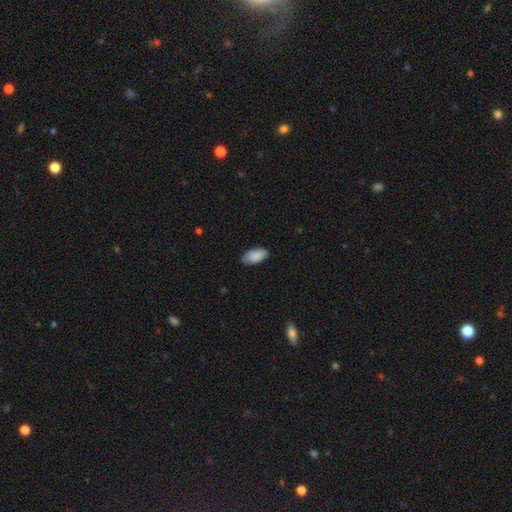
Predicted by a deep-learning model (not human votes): Q: Smooth or featured?
A: smooth (86%); runner-up: featured or disk (8%)
Q: How rounded?
A: in between (93%); runner-up: cigar-shaped (5%)
Q: Merging?
A: none (75%); runner-up: minor disturbance (21%)